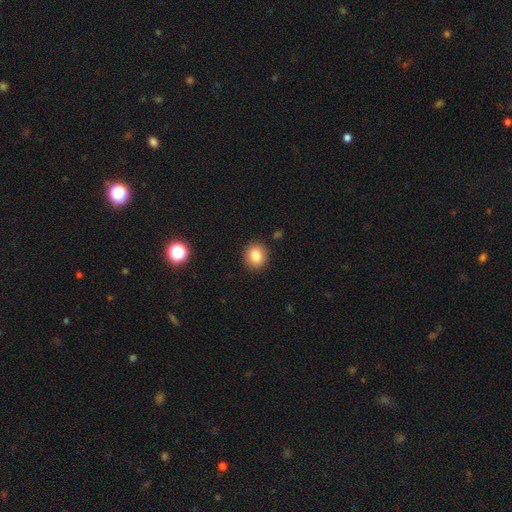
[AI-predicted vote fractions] smooth_or_featured: smooth (p=0.83) [alt: star or artifact p=0.10]
how_rounded: round (p=0.82) [alt: in between p=0.17]
merging: none (p=0.91) [alt: minor disturbance p=0.06]